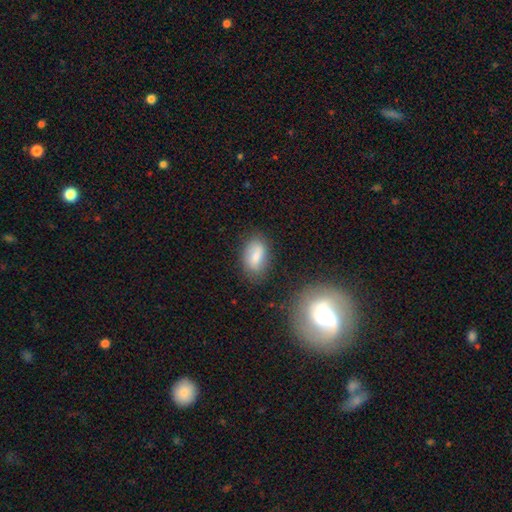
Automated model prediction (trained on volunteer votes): smooth-or-featured: smooth: 77% | featured or disk: 15% | star or artifact: 8%
  how-rounded: in between: 90% | round: 6% | cigar-shaped: 4%
  merging: none: 73% | minor disturbance: 19% | major disturbance: 5% | merger: 4%